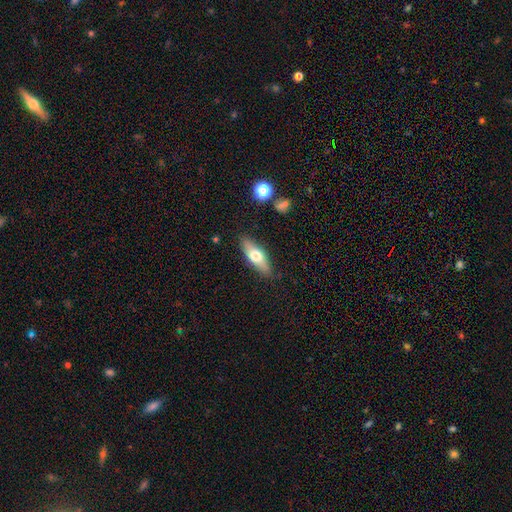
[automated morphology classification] smooth-or-featured: smooth: 57% | featured or disk: 36% | star or artifact: 6%
  how-rounded: in between: 58% | cigar-shaped: 39% | round: 3%
  merging: none: 86% | minor disturbance: 11% | major disturbance: 2% | merger: 2%